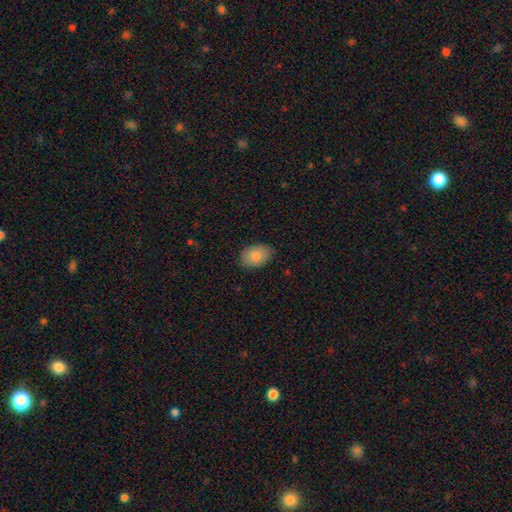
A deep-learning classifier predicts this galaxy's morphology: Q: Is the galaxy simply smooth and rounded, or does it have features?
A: smooth — 85%.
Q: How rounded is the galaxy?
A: in between — 85%.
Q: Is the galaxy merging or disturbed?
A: none — 86%.